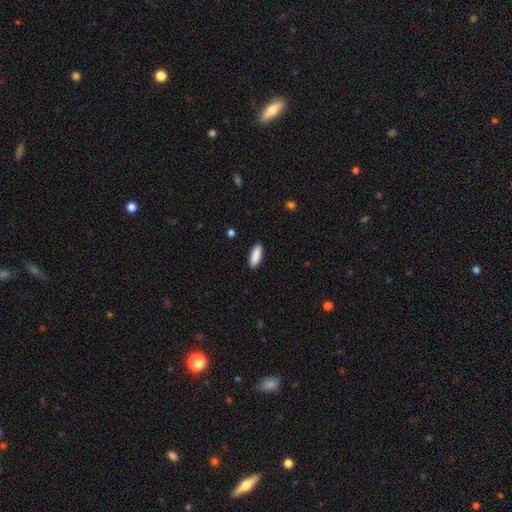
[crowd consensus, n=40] smooth_or_featured: smooth (p=0.95) [alt: featured or disk p=0.05]
how_rounded: in between (p=0.63) [alt: cigar-shaped p=0.37]
merging: none (p=0.93) [alt: minor disturbance p=0.07]